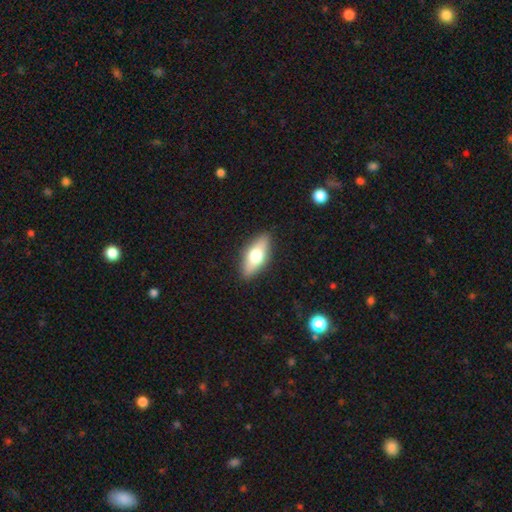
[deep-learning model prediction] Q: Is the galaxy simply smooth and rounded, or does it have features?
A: smooth — 61%.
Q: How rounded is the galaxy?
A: in between — 75%.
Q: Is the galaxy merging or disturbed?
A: none — 88%.